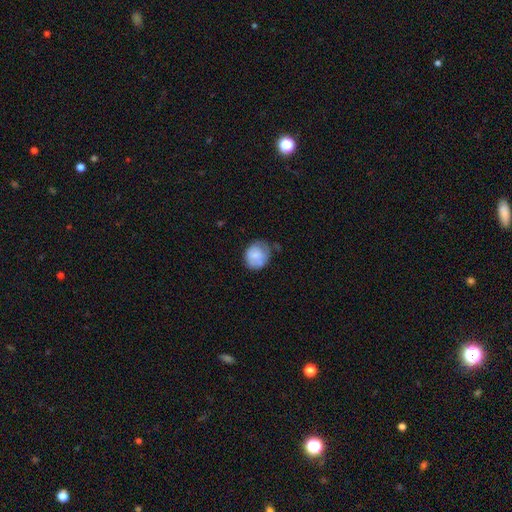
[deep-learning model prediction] smooth_or_featured: smooth (p=0.72) [alt: featured or disk p=0.20]
how_rounded: round (p=0.72) [alt: in between p=0.27]
merging: none (p=0.54) [alt: minor disturbance p=0.32]